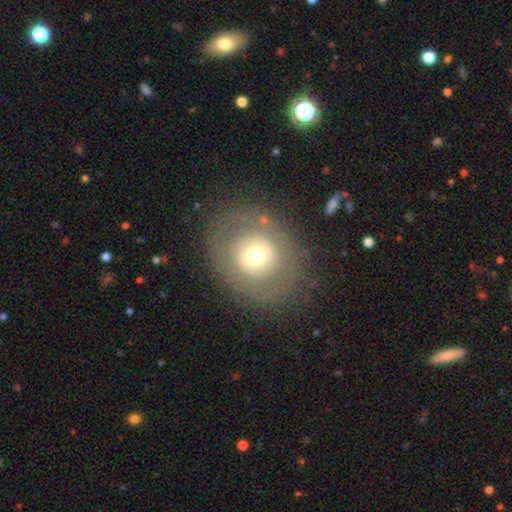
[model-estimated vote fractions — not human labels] smooth 52%, featured or disk 38%, star or artifact 10%. Down the decision tree: how rounded — round (73%); merging — none (81%).